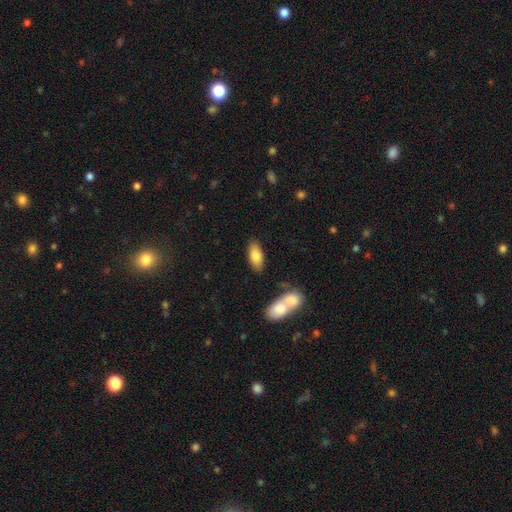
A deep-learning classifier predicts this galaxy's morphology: Smooth or featured?
  - smooth: 79% *
  - featured or disk: 14%
  - star or artifact: 7%
How rounded?
  - in between: 83% *
  - cigar-shaped: 15%
  - round: 2%
Merging?
  - none: 78% *
  - minor disturbance: 11%
  - merger: 8%
  - major disturbance: 3%